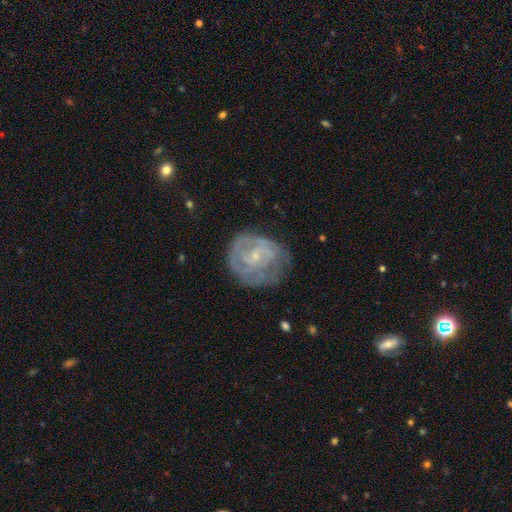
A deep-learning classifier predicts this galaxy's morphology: A featured or disk galaxy (75%) with no bar (59%), tight (61%) spiral arms (82%) and a small central bulge (76%). Merging: none (59%).